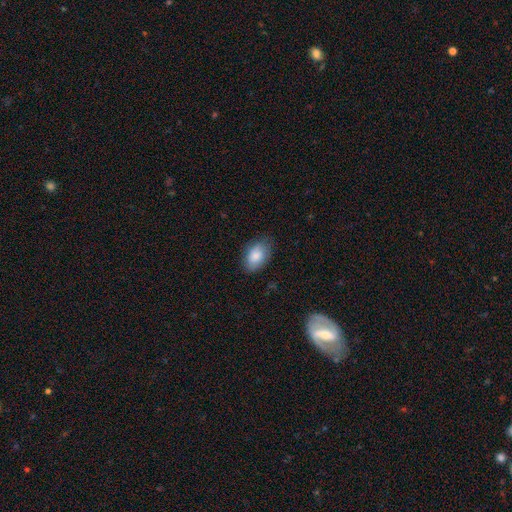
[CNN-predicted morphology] A smooth galaxy with no disk features (81%) that is in between round and cigar-shaped (90%). Merging: none (75%).